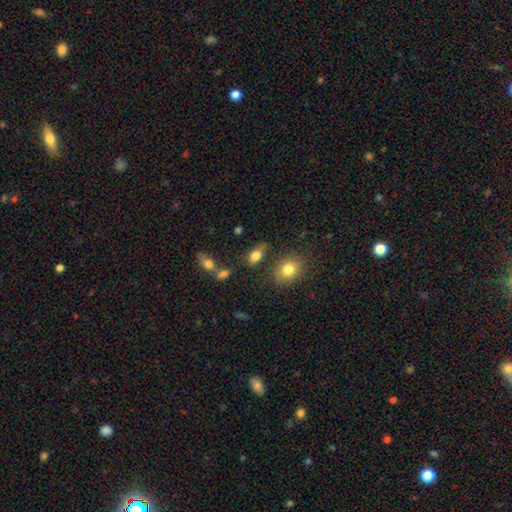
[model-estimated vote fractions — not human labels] smooth-or-featured: smooth: 75% | featured or disk: 14% | star or artifact: 11%
  how-rounded: in between: 81% | round: 12% | cigar-shaped: 7%
  merging: none: 60% | minor disturbance: 21% | merger: 11% | major disturbance: 8%